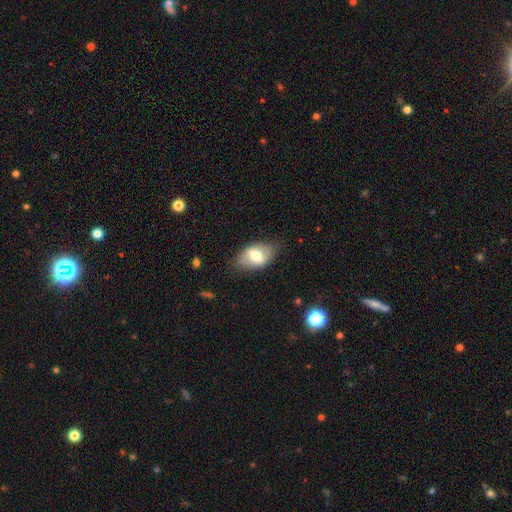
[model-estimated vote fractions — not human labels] Smooth or featured?
  - smooth: 62% *
  - featured or disk: 31%
  - star or artifact: 7%
How rounded?
  - in between: 88% *
  - round: 10%
  - cigar-shaped: 2%
Merging?
  - none: 71% *
  - minor disturbance: 22%
  - major disturbance: 6%
  - merger: 1%